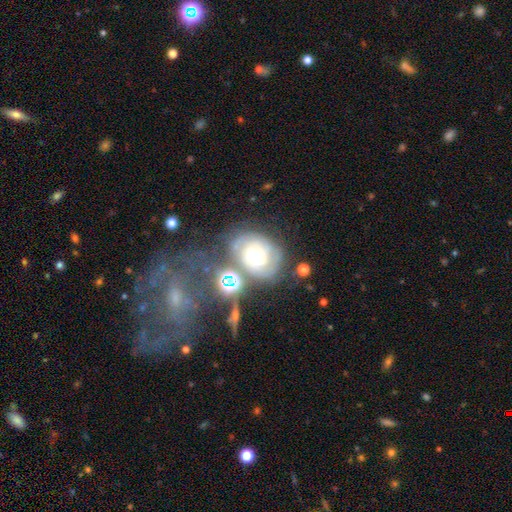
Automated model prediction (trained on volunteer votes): This appears to be a featured or disk galaxy (54%) with no bar (81%), spiral arms (66%) and a moderate central bulge (68%). Merging: none (57%).